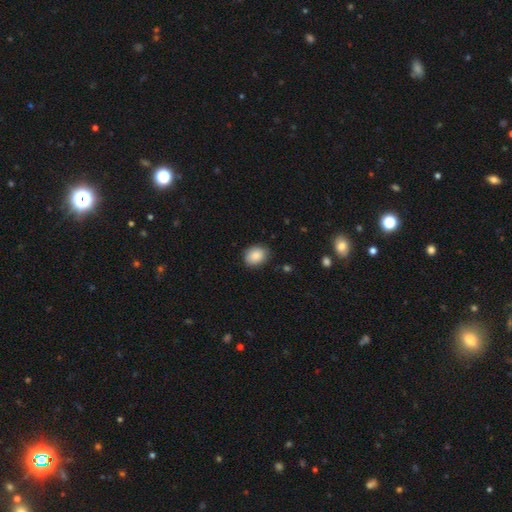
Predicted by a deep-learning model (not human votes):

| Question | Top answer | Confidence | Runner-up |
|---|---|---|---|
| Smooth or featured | smooth | 89% | star or artifact (7%) |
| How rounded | in between | 63% | round (36%) |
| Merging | none | 85% | minor disturbance (12%) |